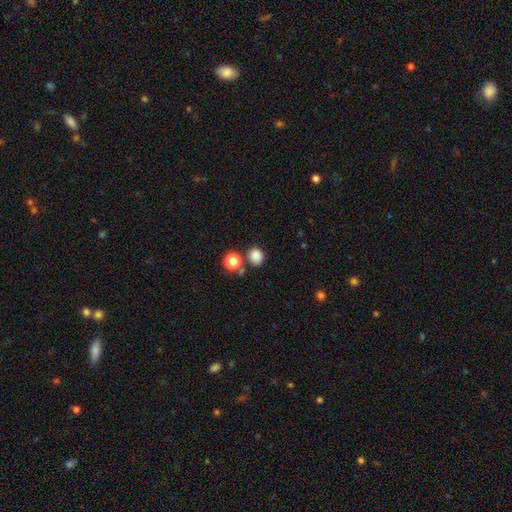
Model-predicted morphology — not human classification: Smooth or featured? Predicted: smooth (p=0.84). How rounded? Predicted: round (p=0.78). Merging? Predicted: none (p=0.75).